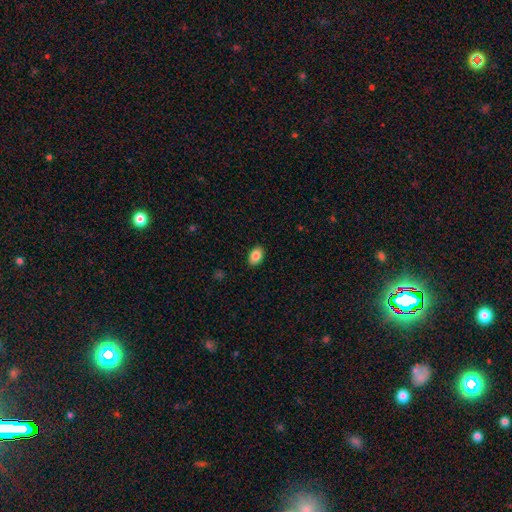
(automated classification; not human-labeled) Smooth or featured? smooth (86%)
How rounded? in between (88%)
Merging? none (90%)